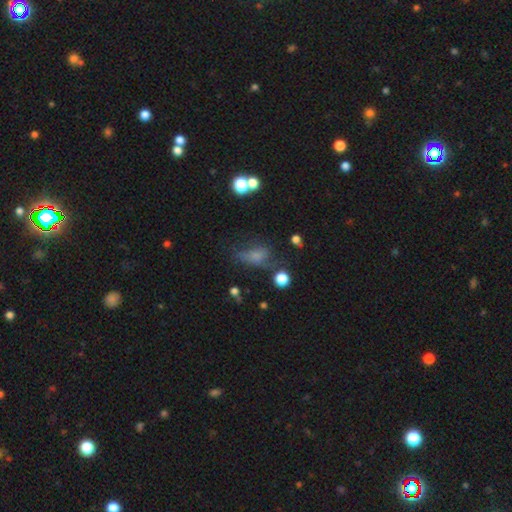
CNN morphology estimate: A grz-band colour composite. It shows a smooth galaxy with no disk features (58%) that is in between round and cigar-shaped (71%). Merging: none (38%).